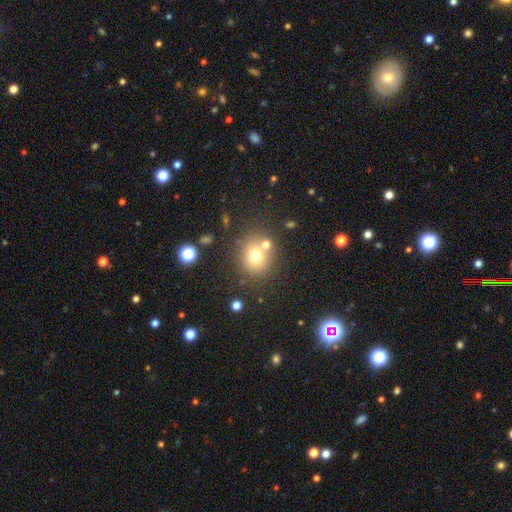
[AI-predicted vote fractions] smooth_or_featured: smooth (p=0.70) [alt: featured or disk p=0.15]
how_rounded: round (p=0.79) [alt: in between p=0.20]
merging: none (p=0.64) [alt: merger p=0.21]